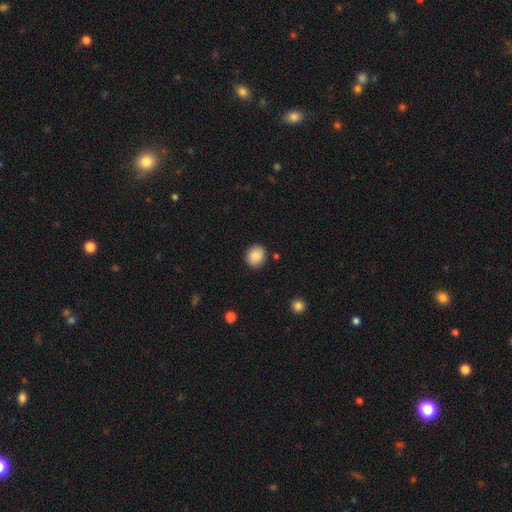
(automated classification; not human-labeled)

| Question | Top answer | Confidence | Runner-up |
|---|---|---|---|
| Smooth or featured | smooth | 87% | star or artifact (8%) |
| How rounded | round | 76% | in between (23%) |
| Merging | none | 88% | minor disturbance (9%) |